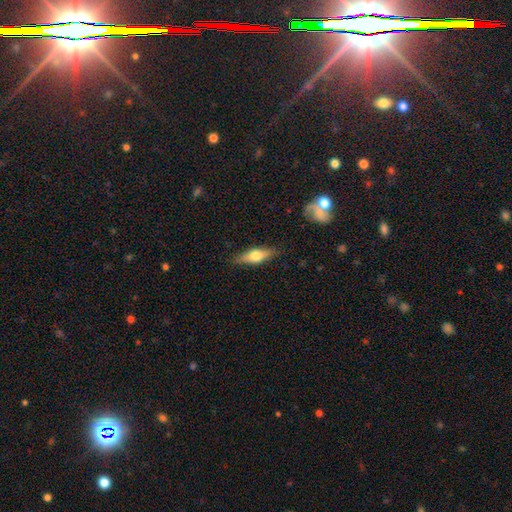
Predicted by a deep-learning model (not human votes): The model was most divided on "smooth or featured": smooth: 49%, featured or disk: 45%, star or artifact: 6%. More confident: merging — none (85%).